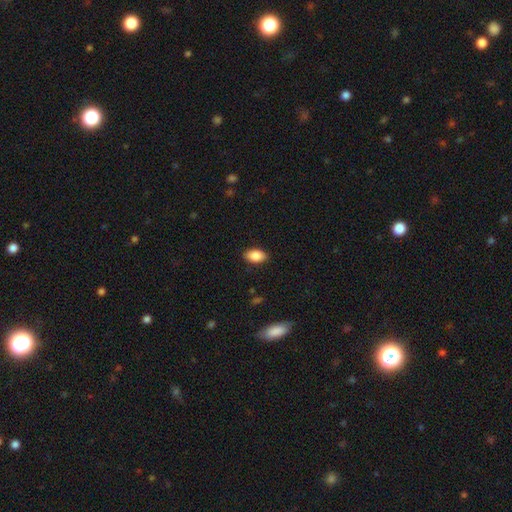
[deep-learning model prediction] This appears to be a smooth galaxy with no disk features (87%) that is in between round and cigar-shaped (92%). Merging: none (87%).